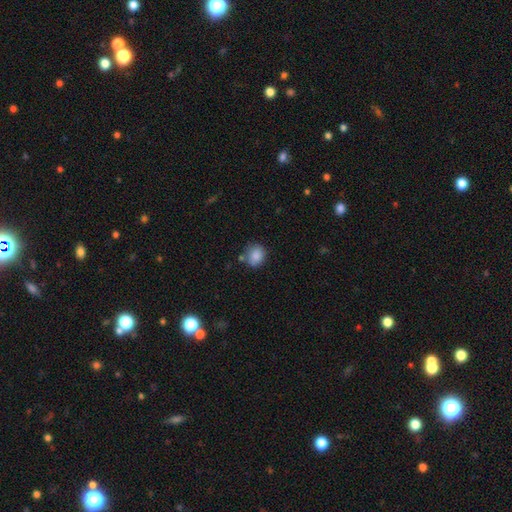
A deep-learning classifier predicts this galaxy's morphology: type=smooth (86%); roundness=round (63%); merging=none (69%).